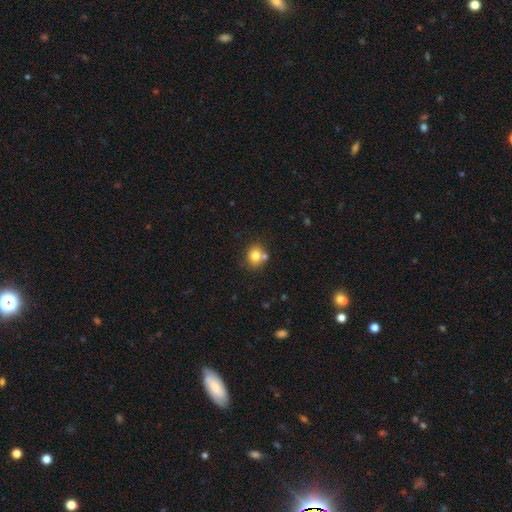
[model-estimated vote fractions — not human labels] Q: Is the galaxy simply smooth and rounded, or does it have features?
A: smooth — 78%.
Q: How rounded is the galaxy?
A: round — 76%.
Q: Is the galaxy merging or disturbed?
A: none — 62%.